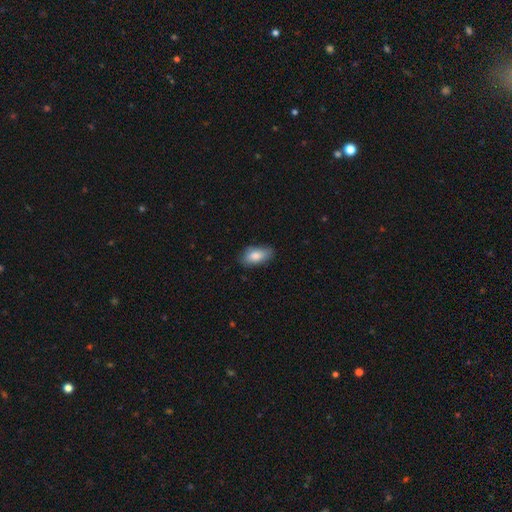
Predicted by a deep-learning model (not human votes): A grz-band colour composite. It shows a smooth galaxy with no disk features (83%) that is in between round and cigar-shaped (89%). Merging: none (77%).